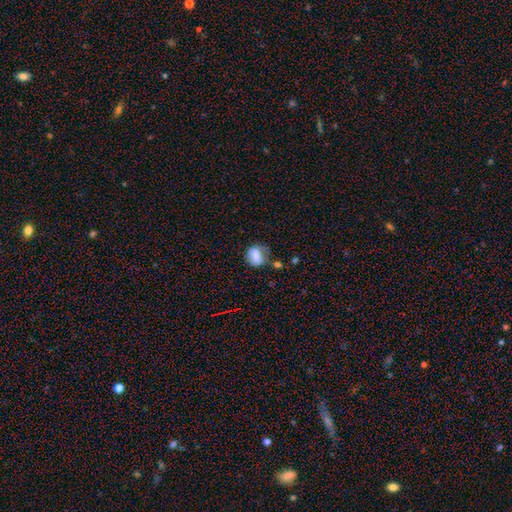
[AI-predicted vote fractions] smooth-or-featured: smooth: 72% | featured or disk: 17% | star or artifact: 10%
  how-rounded: round: 54% | in between: 44% | cigar-shaped: 2%
  merging: none: 58% | minor disturbance: 26% | major disturbance: 9% | merger: 7%